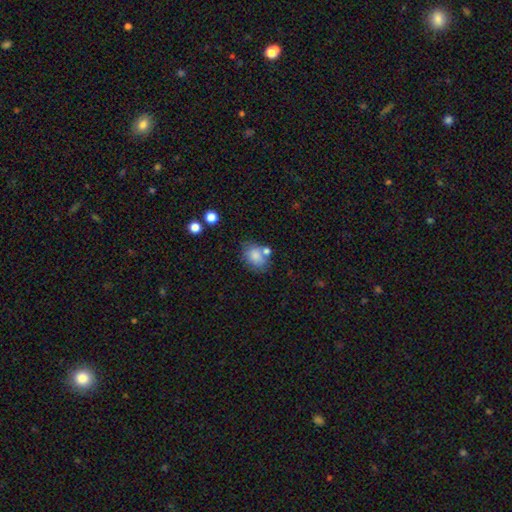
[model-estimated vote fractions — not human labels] Smooth or featured? smooth (81%)
How rounded? in between (65%)
Merging? none (58%)